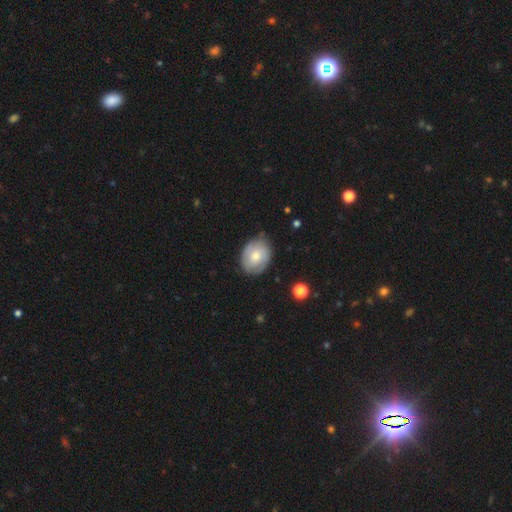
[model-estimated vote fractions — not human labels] A smooth galaxy with no disk features (63%) that is in between round and cigar-shaped (54%).

Vote fractions:
- Smooth or featured? smooth: 63% / featured or disk: 31% / star or artifact: 7%
- How rounded? in between: 54% / round: 45% / cigar-shaped: 1%
- Merging? none: 76% / minor disturbance: 18% / major disturbance: 4% / merger: 1%